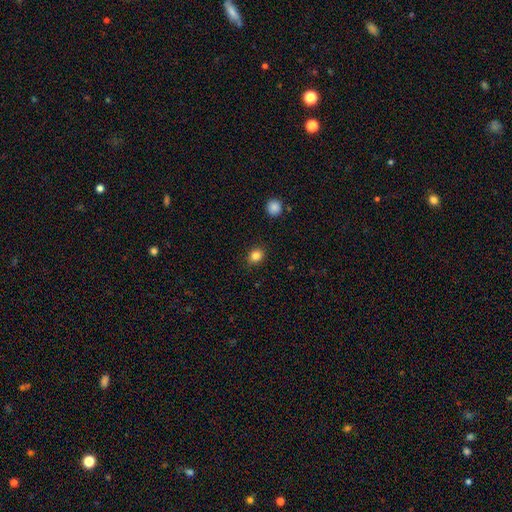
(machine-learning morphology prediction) A smooth galaxy with no disk features (84%) that is round (61%).

Vote fractions:
- Smooth or featured? smooth: 84% / star or artifact: 11% / featured or disk: 5%
- How rounded? round: 61% / in between: 38% / cigar-shaped: 1%
- Merging? none: 88% / minor disturbance: 9% / major disturbance: 2% / merger: 1%